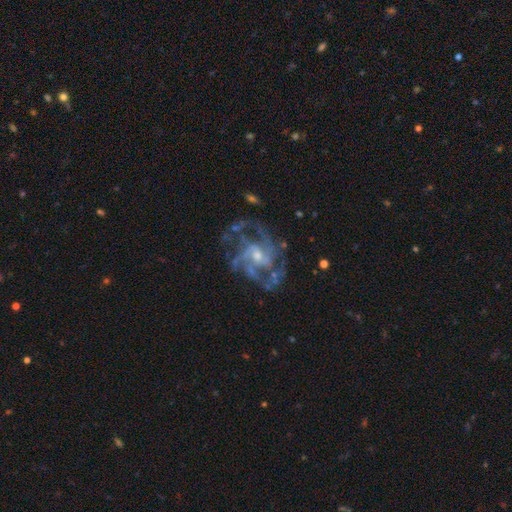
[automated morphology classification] A featured or disk galaxy (85%) with no bar (44%), 3 (27%) medium (48%) spiral arms (96%) and a small central bulge (61%). Merging: none (71%).